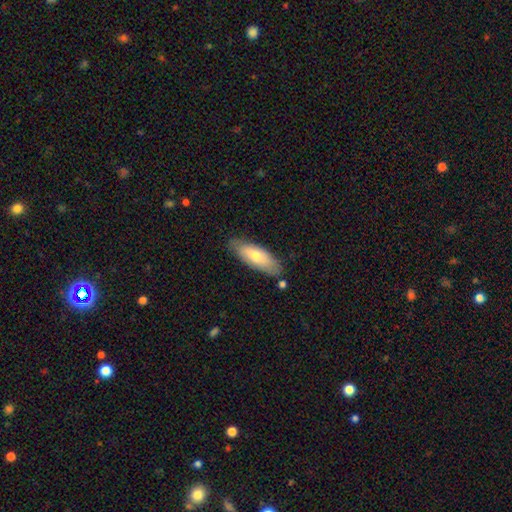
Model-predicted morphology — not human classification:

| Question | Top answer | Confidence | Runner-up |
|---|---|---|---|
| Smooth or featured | smooth | 69% | featured or disk (25%) |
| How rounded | in between | 65% | cigar-shaped (33%) |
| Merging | none | 77% | minor disturbance (16%) |